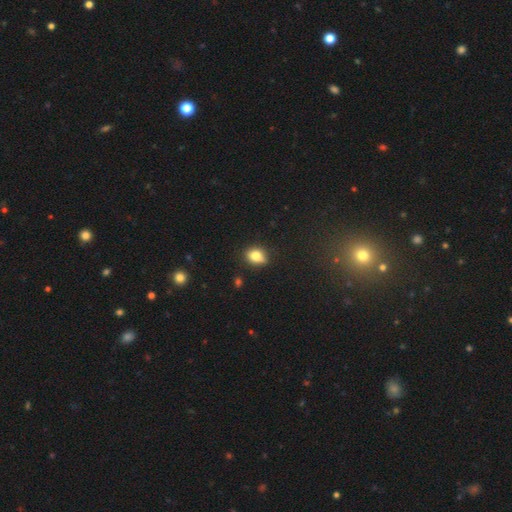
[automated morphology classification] Q: Smooth or featured?
A: smooth (79%); runner-up: star or artifact (10%)
Q: How rounded?
A: in between (62%); runner-up: round (36%)
Q: Merging?
A: none (72%); runner-up: minor disturbance (22%)